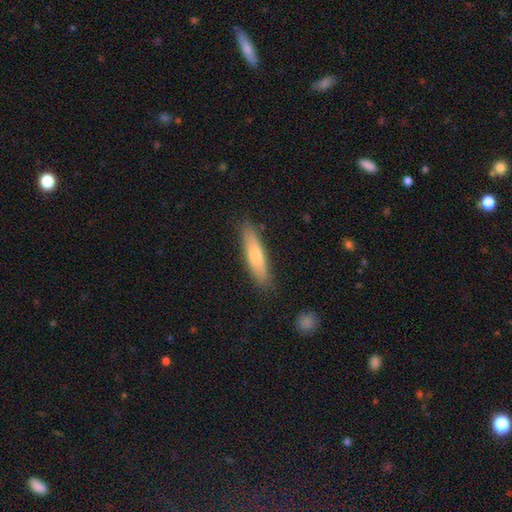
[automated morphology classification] type=smooth (70%); roundness=cigar-shaped (80%); merging=none (85%).